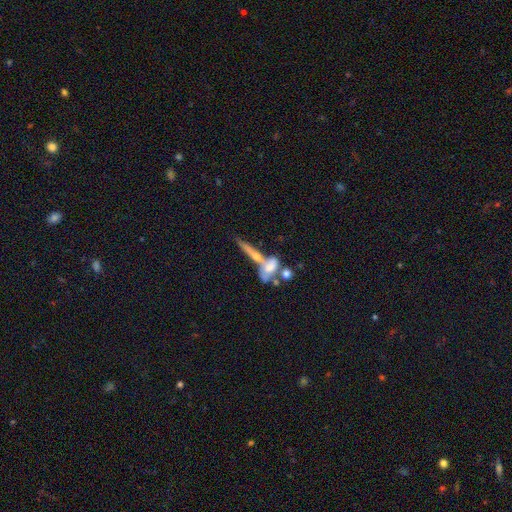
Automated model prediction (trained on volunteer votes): smooth 47%, featured or disk 44%, star or artifact 9%. Down the decision tree: merging — merger (52%).